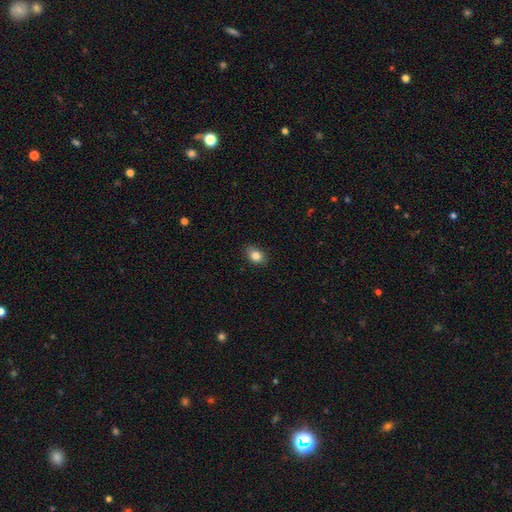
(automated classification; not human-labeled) Smooth or featured? smooth (84%)
How rounded? in between (70%)
Merging? none (87%)